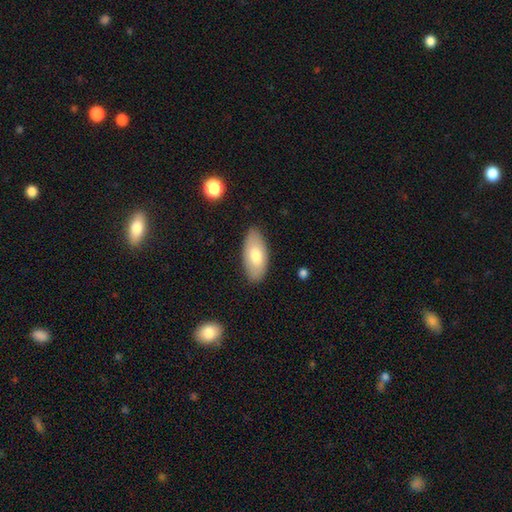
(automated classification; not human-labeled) Smooth or featured?
  - smooth: 72% *
  - featured or disk: 22%
  - star or artifact: 6%
How rounded?
  - in between: 92% *
  - cigar-shaped: 6%
  - round: 2%
Merging?
  - none: 84% *
  - minor disturbance: 13%
  - major disturbance: 3%
  - merger: 1%